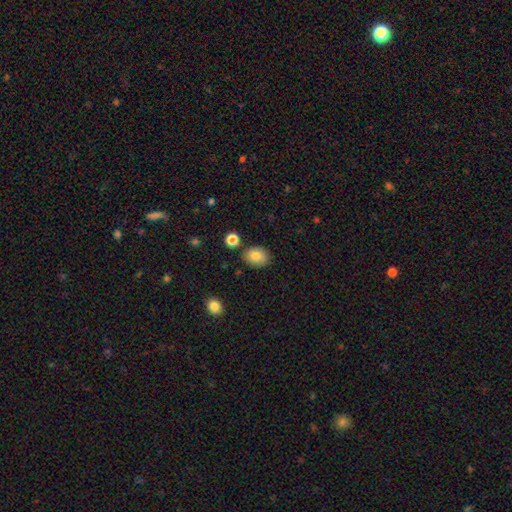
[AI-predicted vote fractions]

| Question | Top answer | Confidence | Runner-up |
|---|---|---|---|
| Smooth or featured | smooth | 84% | star or artifact (9%) |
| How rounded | in between | 65% | round (34%) |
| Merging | none | 83% | minor disturbance (10%) |